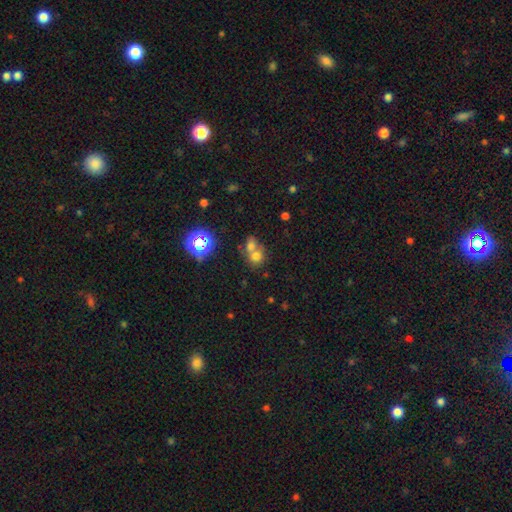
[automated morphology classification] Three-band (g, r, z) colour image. It shows a smooth galaxy with no disk features (66%) that is round (70%). Merging: merger (60%).